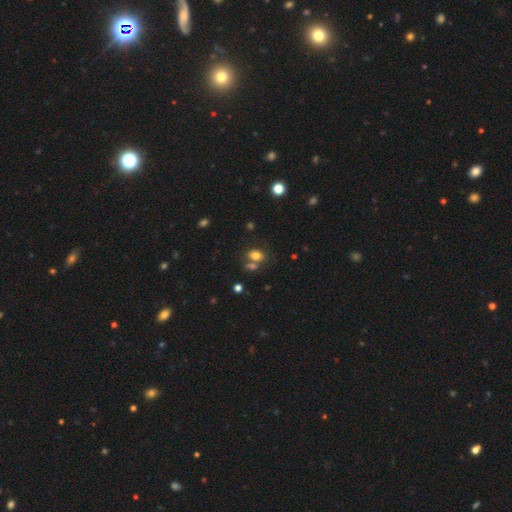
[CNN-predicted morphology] This is likely a smooth galaxy (77%). How rounded: likely in between (72%). Merging: possibly none (54%).